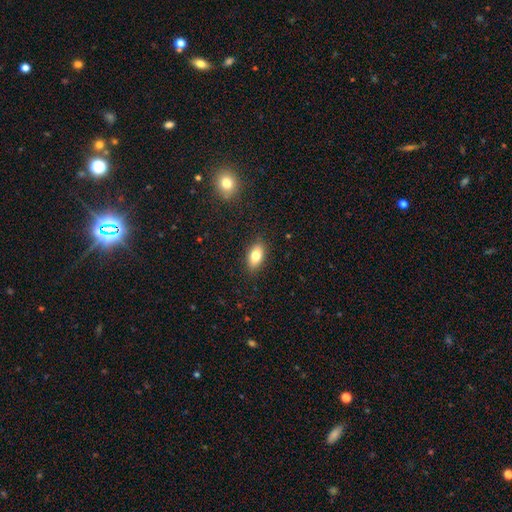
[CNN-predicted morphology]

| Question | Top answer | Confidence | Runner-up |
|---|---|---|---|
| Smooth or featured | smooth | 81% | featured or disk (12%) |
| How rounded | in between | 88% | cigar-shaped (7%) |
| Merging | none | 88% | minor disturbance (9%) |